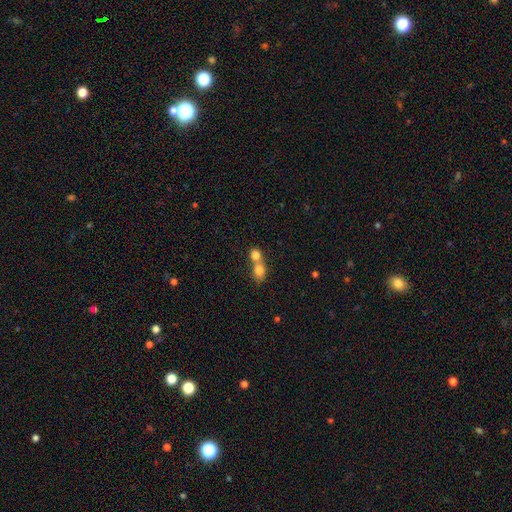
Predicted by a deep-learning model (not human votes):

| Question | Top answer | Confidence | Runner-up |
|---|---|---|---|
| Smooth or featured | smooth | 79% | featured or disk (11%) |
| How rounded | round | 63% | in between (35%) |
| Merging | merger | 69% | none (24%) |